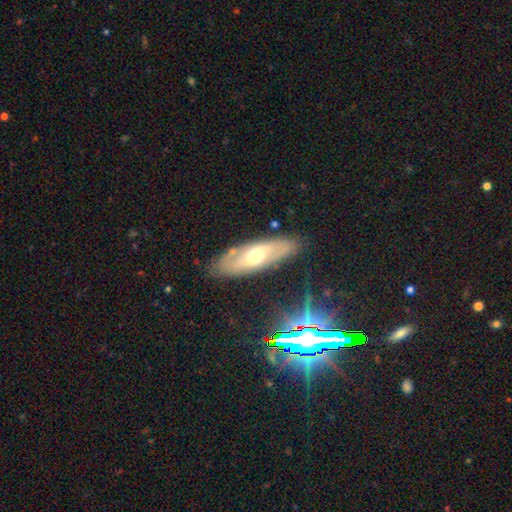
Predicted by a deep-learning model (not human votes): This is possibly a featured or disk galaxy (56%). It is likely not viewed edge-on (72%). Merging: clearly none (81%).